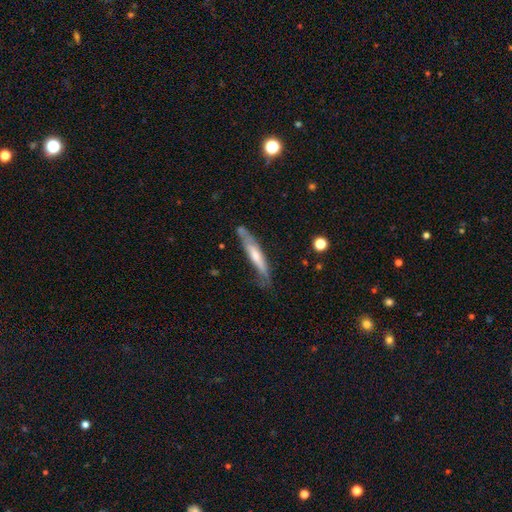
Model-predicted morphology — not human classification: Q: Smooth or featured?
A: featured or disk (47%); tied with: smooth (47%)
Q: Merging?
A: none (61%); runner-up: minor disturbance (26%)